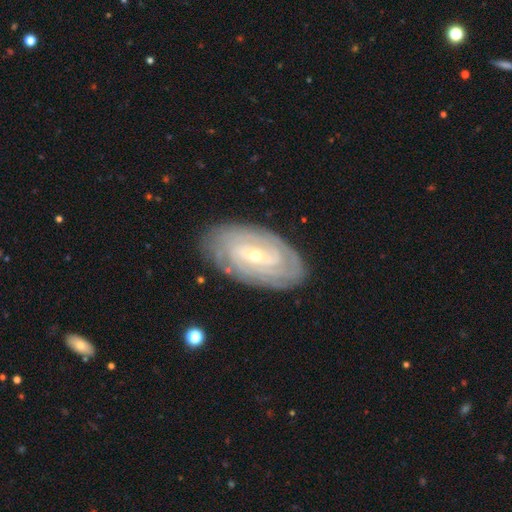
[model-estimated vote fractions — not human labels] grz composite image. It shows a featured or disk galaxy (86%) with a weak bar (43%), tight (82%) spiral arms (94%) and a small central bulge (70%). Merging: none (84%).